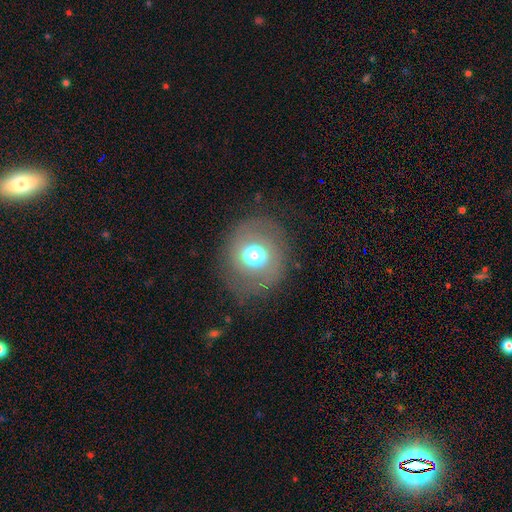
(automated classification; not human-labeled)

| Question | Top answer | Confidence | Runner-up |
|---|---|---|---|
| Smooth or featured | smooth | 56% | featured or disk (28%) |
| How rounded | round | 82% | in between (17%) |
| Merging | none | 77% | minor disturbance (13%) |